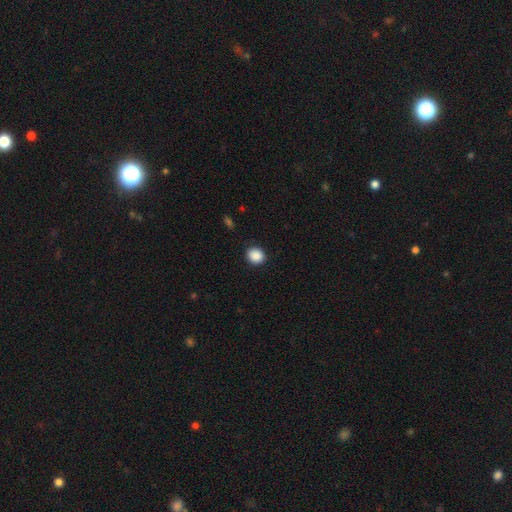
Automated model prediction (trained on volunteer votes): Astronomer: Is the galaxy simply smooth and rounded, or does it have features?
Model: smooth — 89%.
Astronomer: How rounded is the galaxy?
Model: round — 75%.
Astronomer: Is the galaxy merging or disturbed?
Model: none — 89%.